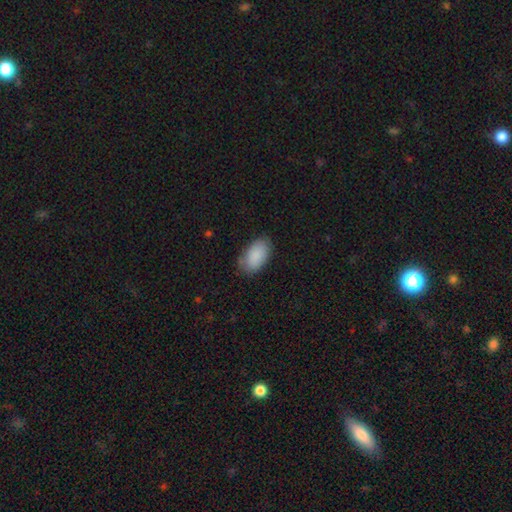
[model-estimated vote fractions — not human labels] A smooth galaxy with no disk features (88%) that is in between round and cigar-shaped (94%). Merging: none (77%).